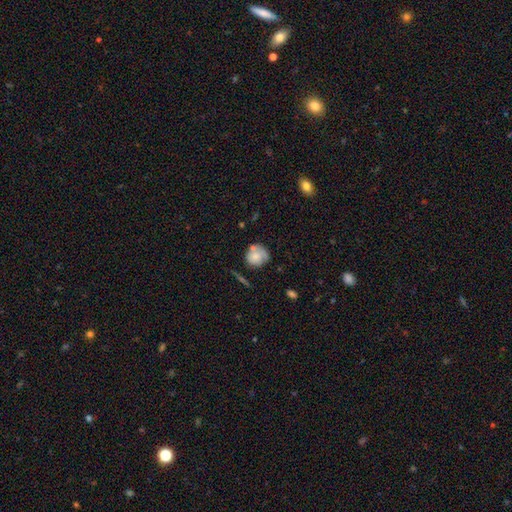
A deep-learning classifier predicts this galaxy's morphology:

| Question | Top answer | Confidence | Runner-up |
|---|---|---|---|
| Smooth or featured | smooth | 65% | featured or disk (27%) |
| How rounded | round | 80% | in between (19%) |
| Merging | none | 56% | minor disturbance (23%) |